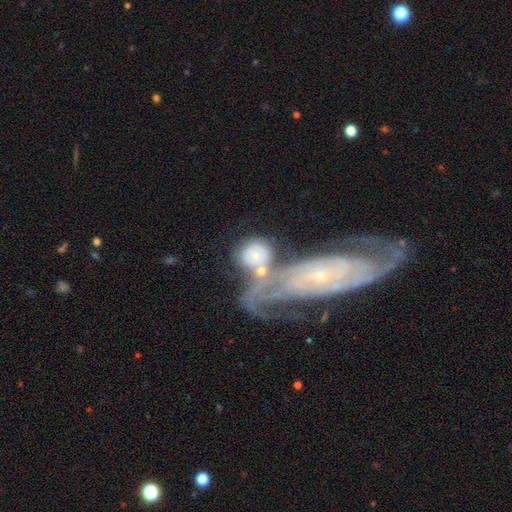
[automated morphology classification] Smooth or featured: smooth — 52% (featured or disk — 38%)
How rounded: round — 77% (in between — 21%)
Merging: merger — 45% (none — 32%)